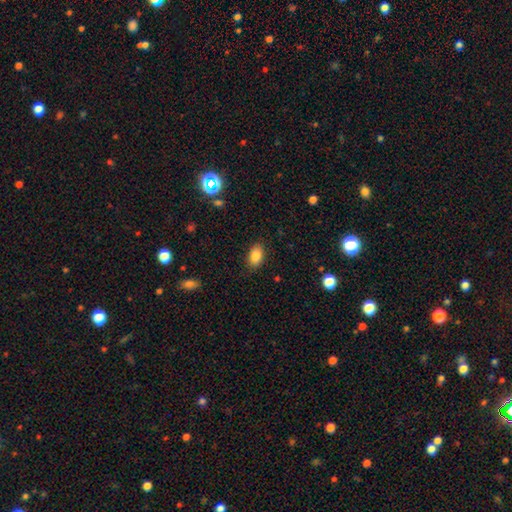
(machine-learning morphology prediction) Smooth or featured?
  - smooth: 86% *
  - star or artifact: 9%
  - featured or disk: 5%
How rounded?
  - in between: 89% *
  - round: 9%
  - cigar-shaped: 2%
Merging?
  - none: 86% *
  - minor disturbance: 10%
  - major disturbance: 3%
  - merger: 1%